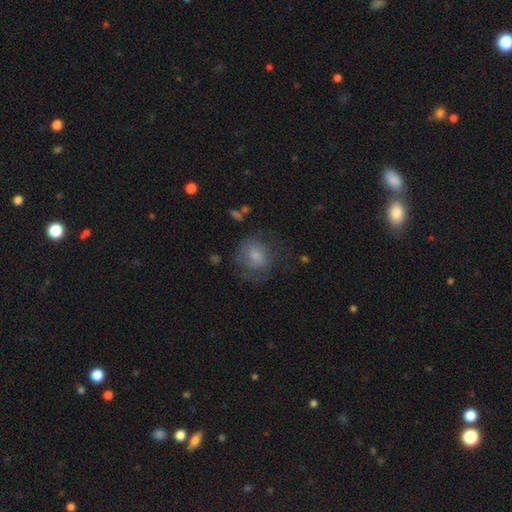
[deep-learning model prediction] smooth_or_featured: smooth (p=0.62) [alt: featured or disk p=0.30]
how_rounded: round (p=0.73) [alt: in between p=0.26]
merging: none (p=0.55) [alt: minor disturbance p=0.24]